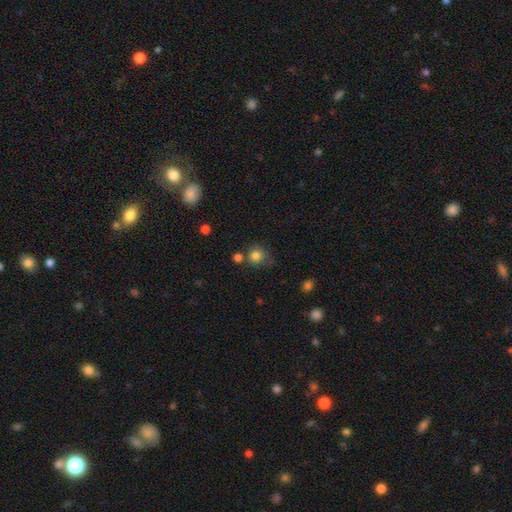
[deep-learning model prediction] A smooth galaxy with no disk features (81%) that is round (87%). Merging: none (63%).